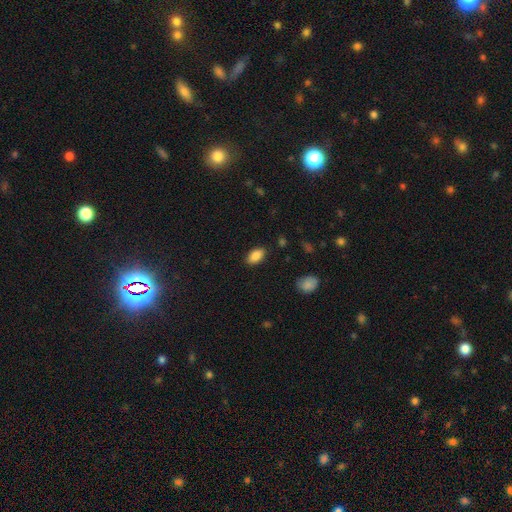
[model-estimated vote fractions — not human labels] This is clearly a smooth galaxy (87%). How rounded: clearly in between (92%). Merging: clearly none (86%).